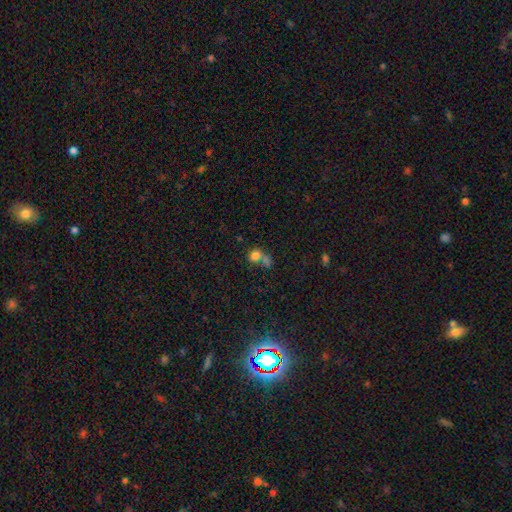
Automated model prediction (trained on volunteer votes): This appears to be a smooth galaxy with no disk features (76%) that is round (67%). Merging: merger (44%).